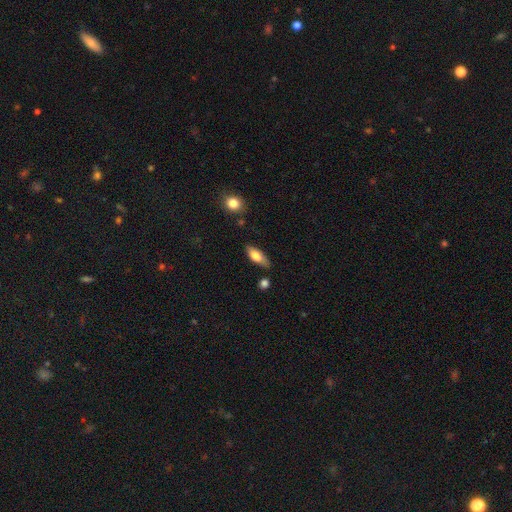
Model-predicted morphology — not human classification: Q: Smooth or featured?
A: smooth (74%); runner-up: featured or disk (19%)
Q: How rounded?
A: in between (74%); runner-up: cigar-shaped (24%)
Q: Merging?
A: none (73%); runner-up: minor disturbance (19%)